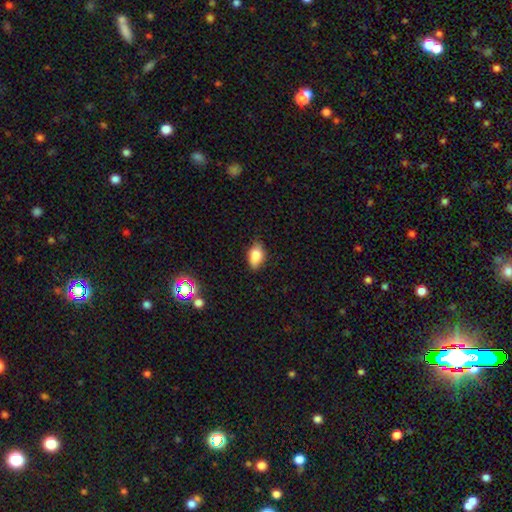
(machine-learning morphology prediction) Overall: smooth (83%). How rounded: in between (88%). Merging: none (73%).